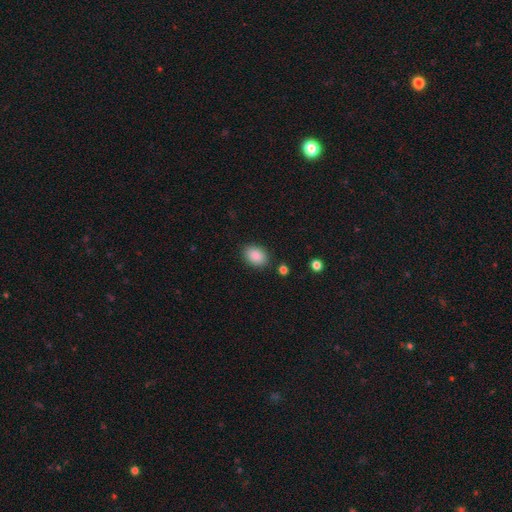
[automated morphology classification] Q: Smooth or featured?
A: smooth (89%); runner-up: star or artifact (8%)
Q: How rounded?
A: in between (77%); runner-up: round (22%)
Q: Merging?
A: none (84%); runner-up: minor disturbance (10%)